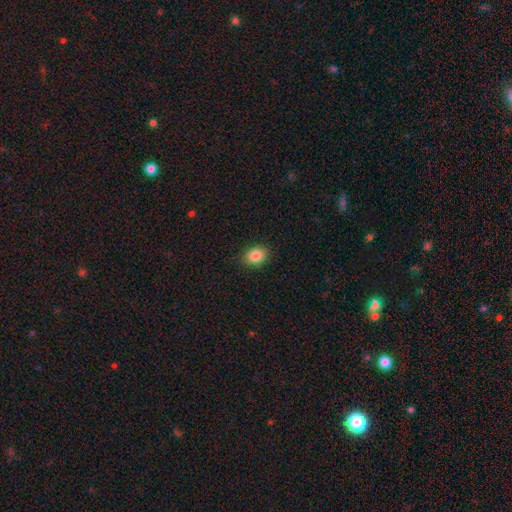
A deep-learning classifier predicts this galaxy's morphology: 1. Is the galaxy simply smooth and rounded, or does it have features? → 86% smooth, 9% star or artifact, 5% featured or disk.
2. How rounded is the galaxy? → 56% in between, 43% round, 1% cigar-shaped.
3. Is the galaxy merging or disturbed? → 89% none, 8% minor disturbance, 2% major disturbance, 1% merger.